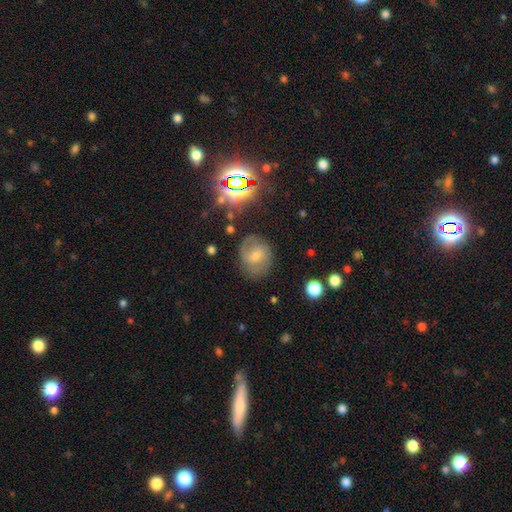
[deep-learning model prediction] smooth_or_featured: featured or disk (p=0.51) [alt: smooth p=0.27]
disk_edge_on: no (p=0.96) [alt: yes p=0.04]
merging: none (p=0.75) [alt: minor disturbance p=0.17]